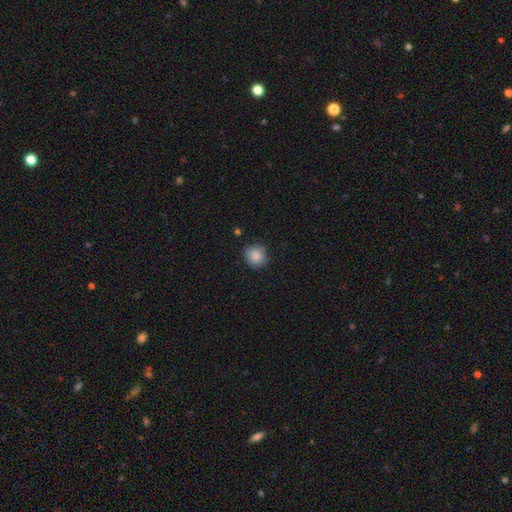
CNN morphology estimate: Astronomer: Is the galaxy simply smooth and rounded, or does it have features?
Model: smooth — 87%.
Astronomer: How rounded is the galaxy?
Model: round — 88%.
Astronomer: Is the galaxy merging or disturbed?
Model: none — 84%.